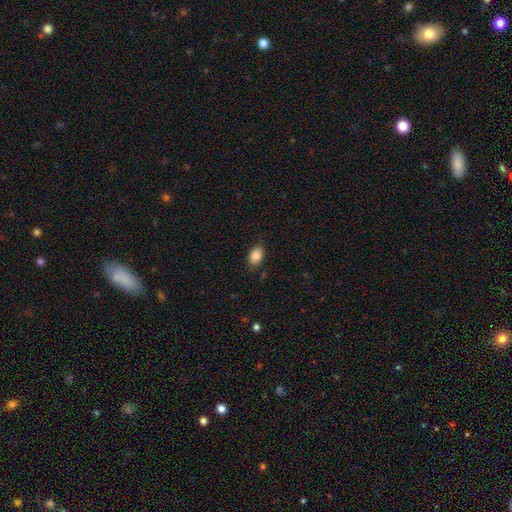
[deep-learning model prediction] smooth 84%, star or artifact 8%, featured or disk 8%. Down the decision tree: how rounded — in between (83%); merging — none (84%).